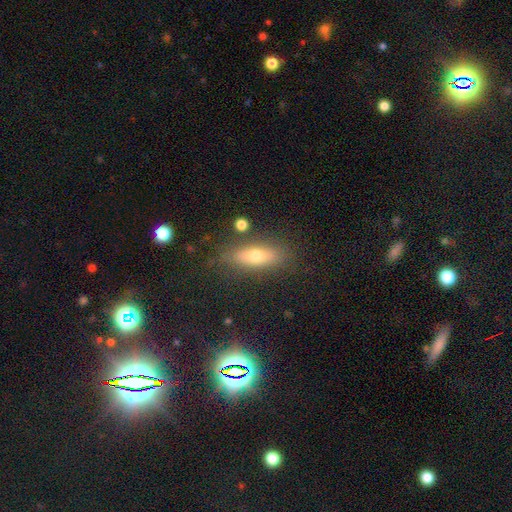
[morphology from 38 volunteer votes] smooth-or-featured: smooth: 68% | featured or disk: 26% | star or artifact: 5%
  how-rounded: in between: 62% | cigar-shaped: 35% | round: 4%
  merging: none: 97% | minor disturbance: 3% | major disturbance: 0% | merger: 0%